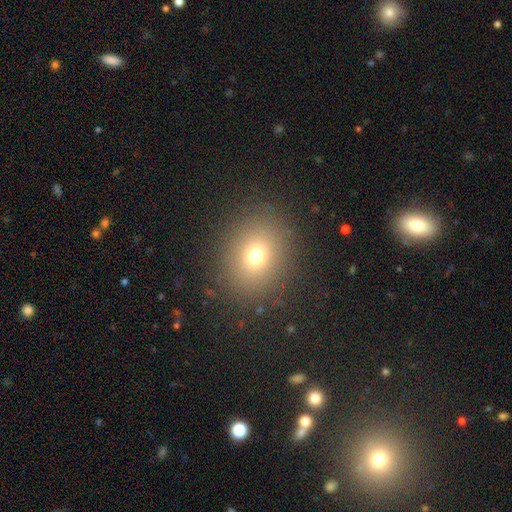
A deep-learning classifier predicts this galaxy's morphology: This appears to be a smooth galaxy with no disk features (71%) that is round (67%). Merging: none (87%).